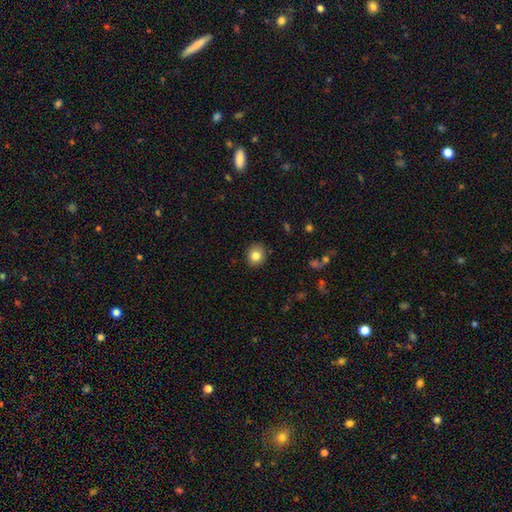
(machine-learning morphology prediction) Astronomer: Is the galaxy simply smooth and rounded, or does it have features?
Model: smooth — 83%.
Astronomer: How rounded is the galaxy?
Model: round — 76%.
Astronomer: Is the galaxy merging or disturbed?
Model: none — 89%.